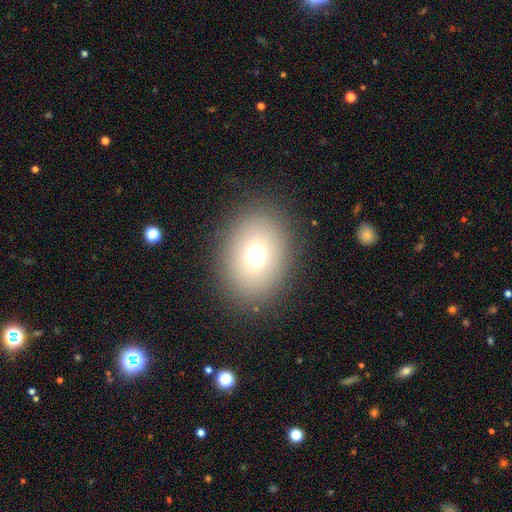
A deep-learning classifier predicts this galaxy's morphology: A smooth galaxy with no disk features (71%) that is in between round and cigar-shaped (61%).

Vote fractions:
- Smooth or featured? smooth: 71% / star or artifact: 15% / featured or disk: 14%
- How rounded? in between: 61% / round: 38% / cigar-shaped: 1%
- Merging? none: 87% / minor disturbance: 8% / major disturbance: 4% / merger: 1%